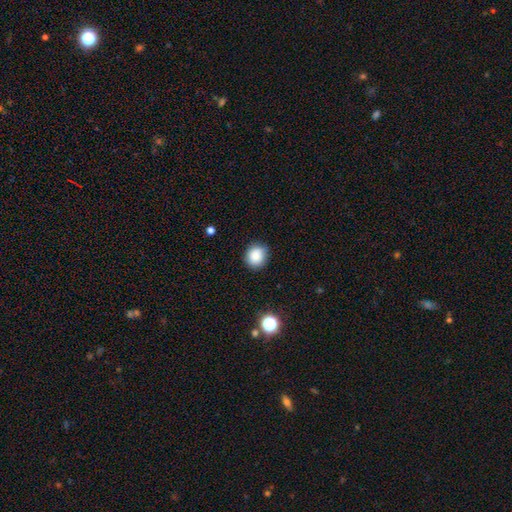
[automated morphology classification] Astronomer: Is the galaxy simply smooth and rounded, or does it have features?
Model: smooth — 85%.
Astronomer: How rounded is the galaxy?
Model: round — 83%.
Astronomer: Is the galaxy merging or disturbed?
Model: none — 82%.